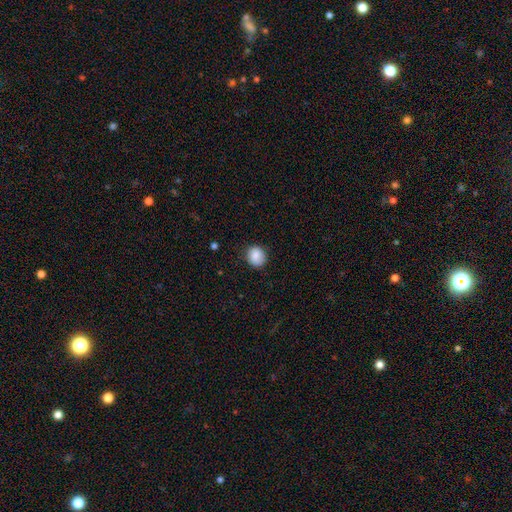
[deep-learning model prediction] Q: Smooth or featured?
A: smooth (85%); runner-up: star or artifact (8%)
Q: How rounded?
A: round (80%); runner-up: in between (20%)
Q: Merging?
A: none (83%); runner-up: minor disturbance (14%)